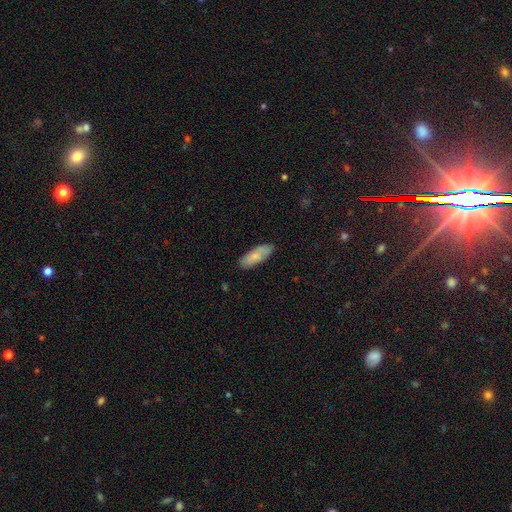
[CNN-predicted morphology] Smooth or featured? smooth (76%)
How rounded? in between (71%)
Merging? none (81%)